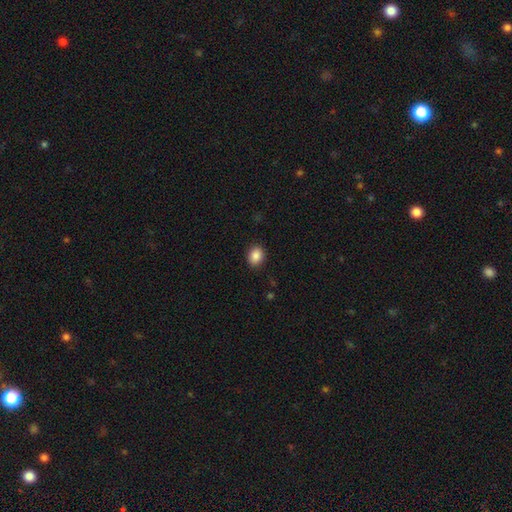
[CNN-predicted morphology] smooth_or_featured: smooth (p=0.88) [alt: star or artifact p=0.09]
how_rounded: round (p=0.52) [alt: in between p=0.47]
merging: none (p=0.90) [alt: minor disturbance p=0.07]